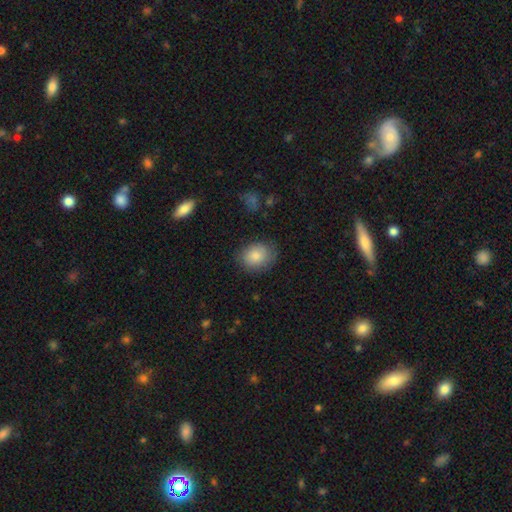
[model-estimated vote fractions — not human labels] This is clearly a smooth galaxy (84%). How rounded: possibly in between (50%). Merging: likely none (76%).